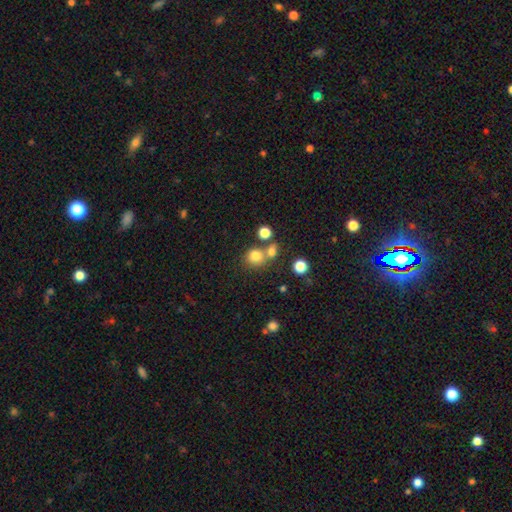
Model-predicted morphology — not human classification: smooth-or-featured: smooth: 78% | star or artifact: 14% | featured or disk: 8%
  how-rounded: round: 84% | in between: 15% | cigar-shaped: 1%
  merging: none: 58% | merger: 29% | minor disturbance: 9% | major disturbance: 4%